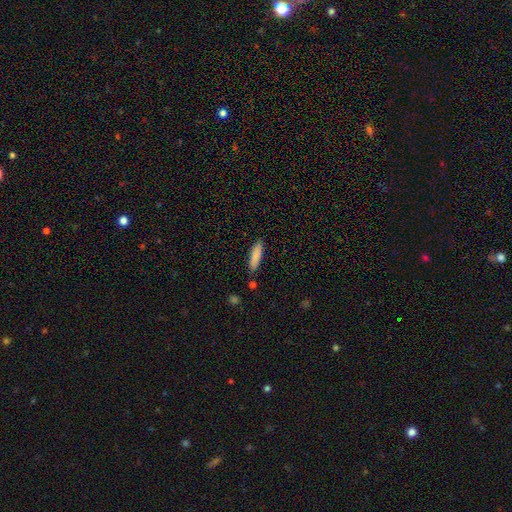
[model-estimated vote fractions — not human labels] A smooth galaxy with no disk features (85%) that is cigar-shaped (62%).

Vote fractions:
- Smooth or featured? smooth: 85% / featured or disk: 9% / star or artifact: 7%
- How rounded? cigar-shaped: 62% / in between: 37% / round: 2%
- Merging? none: 82% / minor disturbance: 12% / merger: 3% / major disturbance: 2%